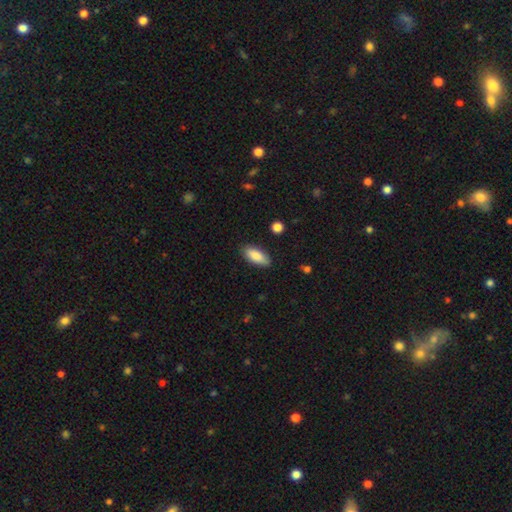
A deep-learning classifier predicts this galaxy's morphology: Smooth or featured: smooth — 86% (featured or disk — 8%)
How rounded: in between — 82% (cigar-shaped — 16%)
Merging: none — 86% (minor disturbance — 11%)